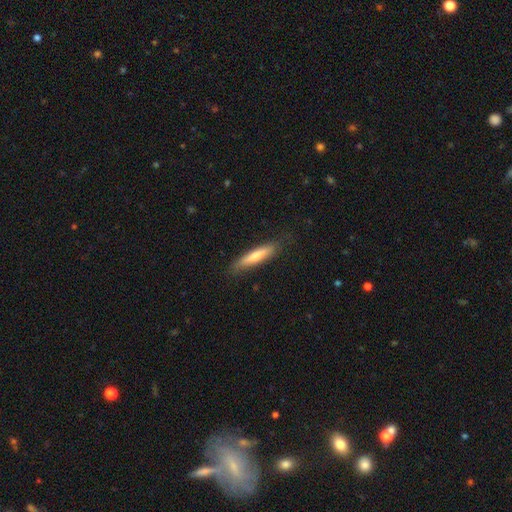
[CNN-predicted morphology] This is likely a smooth galaxy (66%). How rounded: clearly cigar-shaped (85%). Merging: clearly none (82%).